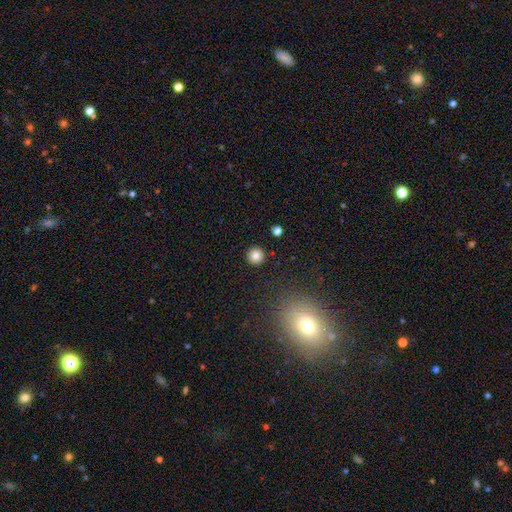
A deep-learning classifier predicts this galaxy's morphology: This is clearly a smooth galaxy (82%). How rounded: clearly round (96%). Merging: clearly none (92%).